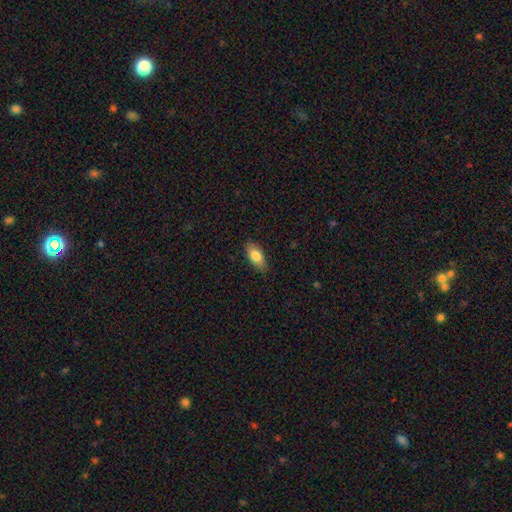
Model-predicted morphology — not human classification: Smooth or featured?
  - smooth: 82% *
  - featured or disk: 12%
  - star or artifact: 7%
How rounded?
  - in between: 87% *
  - cigar-shaped: 9%
  - round: 3%
Merging?
  - none: 85% *
  - minor disturbance: 12%
  - major disturbance: 2%
  - merger: 1%